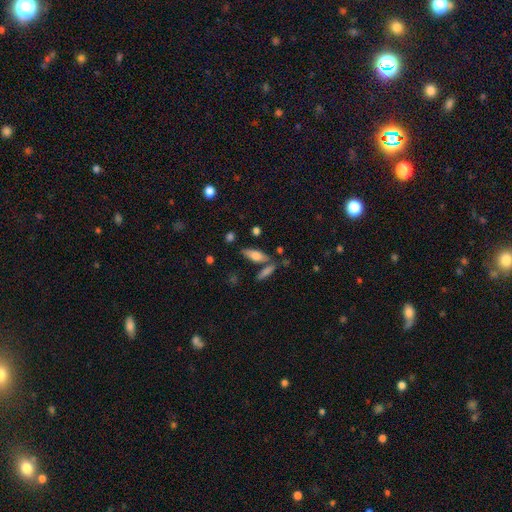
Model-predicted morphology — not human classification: smooth-or-featured: smooth: 68% | featured or disk: 25% | star or artifact: 7%
  how-rounded: in between: 57% | cigar-shaped: 40% | round: 3%
  merging: none: 71% | merger: 13% | minor disturbance: 12% | major disturbance: 4%